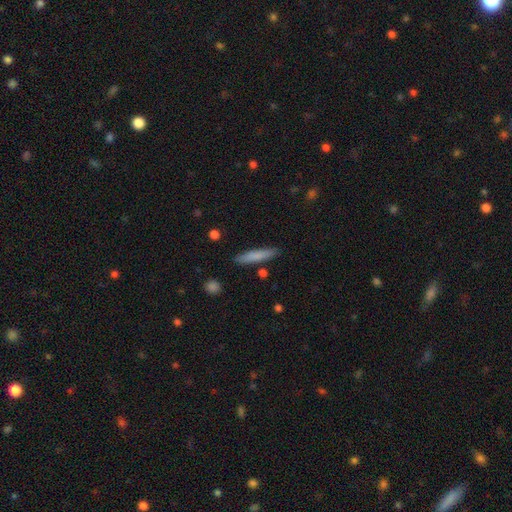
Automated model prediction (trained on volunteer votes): Q: Smooth or featured?
A: smooth (78%); runner-up: featured or disk (16%)
Q: How rounded?
A: cigar-shaped (90%); runner-up: in between (9%)
Q: Merging?
A: none (88%); runner-up: minor disturbance (8%)